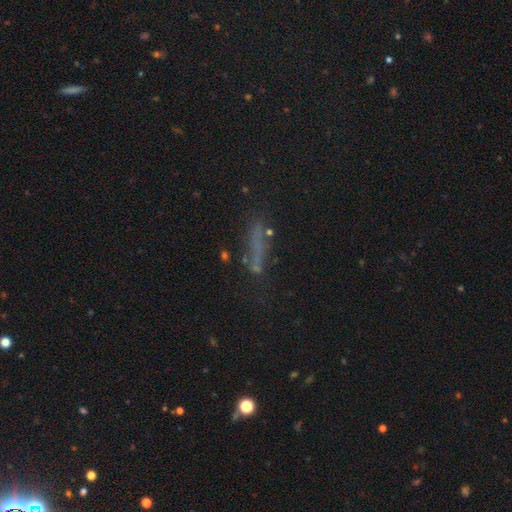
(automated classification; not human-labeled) Smooth or featured? Predicted: smooth (p=0.37). Merging? Predicted: none (p=0.60).